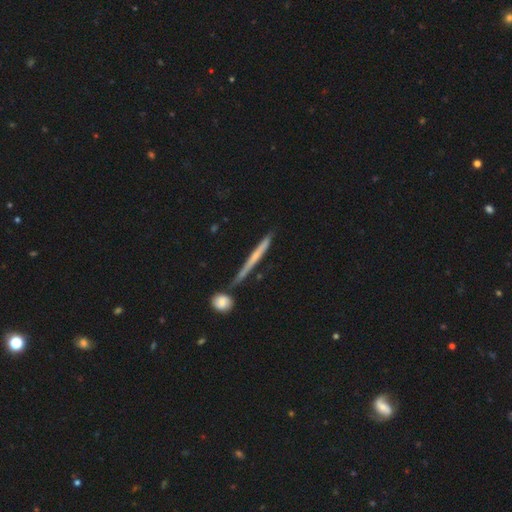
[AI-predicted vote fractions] smooth_or_featured: featured or disk (p=0.54) [alt: smooth p=0.40]
disk_edge_on: yes (p=0.96) [alt: no p=0.04]
edge_on_bulge: none (p=0.72) [alt: rounded p=0.22]
merging: none (p=0.80) [alt: minor disturbance p=0.11]